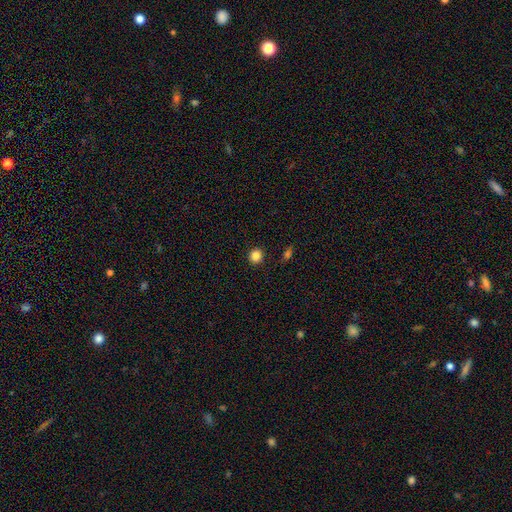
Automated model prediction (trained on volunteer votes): A smooth galaxy with no disk features (85%) that is round (91%).

Vote fractions:
- Smooth or featured? smooth: 85% / star or artifact: 11% / featured or disk: 4%
- How rounded? round: 91% / in between: 8% / cigar-shaped: 1%
- Merging? none: 91% / minor disturbance: 5% / major disturbance: 2% / merger: 2%